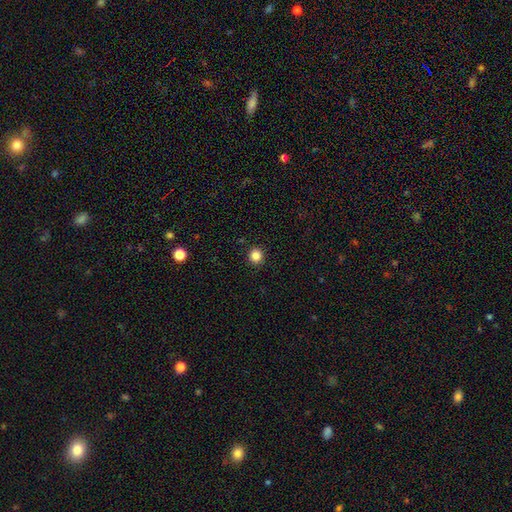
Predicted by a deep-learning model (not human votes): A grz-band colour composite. It shows a smooth galaxy with no disk features (85%) that is round (92%). Merging: none (93%).